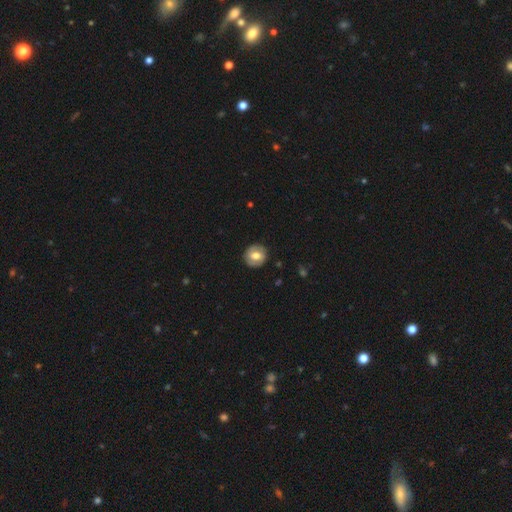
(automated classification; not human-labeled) A smooth galaxy with no disk features (51%) that is round (83%).

Vote fractions:
- Smooth or featured? smooth: 51% / featured or disk: 42% / star or artifact: 7%
- How rounded? round: 83% / in between: 16% / cigar-shaped: 1%
- Merging? none: 87% / minor disturbance: 9% / major disturbance: 3% / merger: 1%